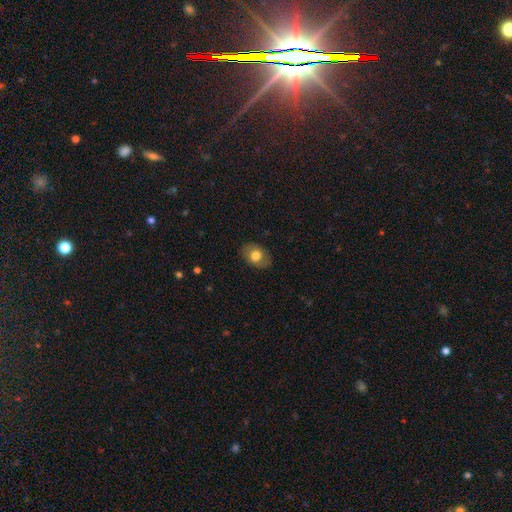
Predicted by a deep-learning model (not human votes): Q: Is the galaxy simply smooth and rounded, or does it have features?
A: smooth — 74%.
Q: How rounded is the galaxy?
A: in between — 72%.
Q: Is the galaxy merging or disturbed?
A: none — 85%.